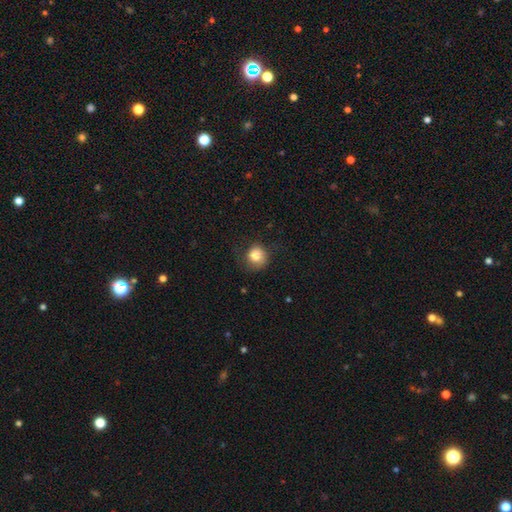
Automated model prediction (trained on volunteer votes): Morphology: type=smooth (82%); roundness=round (85%); merging=none (67%).